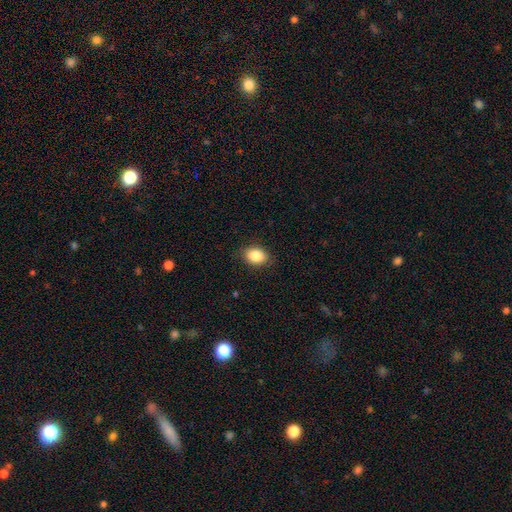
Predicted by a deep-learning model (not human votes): smooth_or_featured: smooth (p=0.86) [alt: star or artifact p=0.08]
how_rounded: in between (p=0.74) [alt: round p=0.25]
merging: none (p=0.86) [alt: minor disturbance p=0.11]